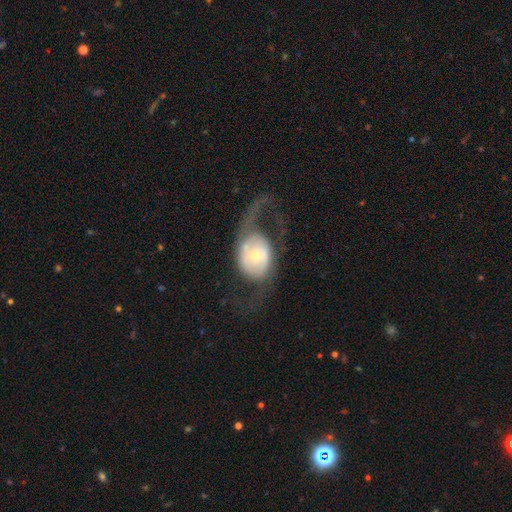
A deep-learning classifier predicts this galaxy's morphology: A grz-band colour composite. It shows a featured or disk galaxy (65%) with no bar (70%), spiral arms (63%) and a small central bulge (50%). Merging: major disturbance (48%).